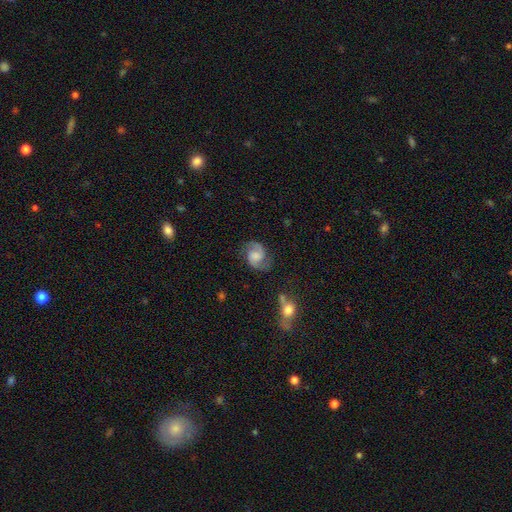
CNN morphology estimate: A featured or disk galaxy (86%) with no bar (51%), 2 (94%) medium (57%) spiral arms (98%) and a moderate central bulge (33%). Merging: none (79%).